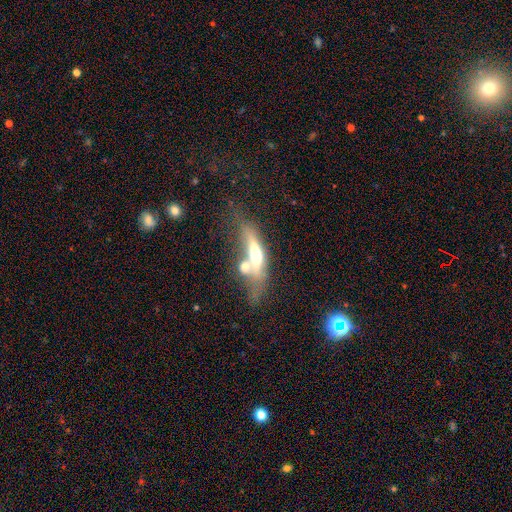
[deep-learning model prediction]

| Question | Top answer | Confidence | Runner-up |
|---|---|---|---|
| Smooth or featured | featured or disk | 55% | smooth (37%) |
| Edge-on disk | yes | 73% | no (27%) |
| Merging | merger | 49% | none (25%) |